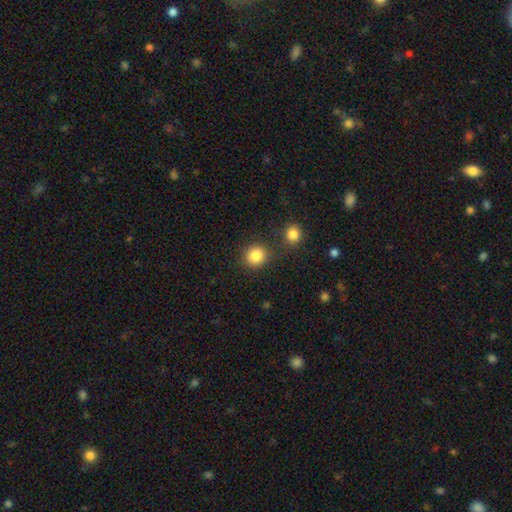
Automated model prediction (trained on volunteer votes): Morphology: type=smooth (85%); roundness=round (88%); merging=none (81%).